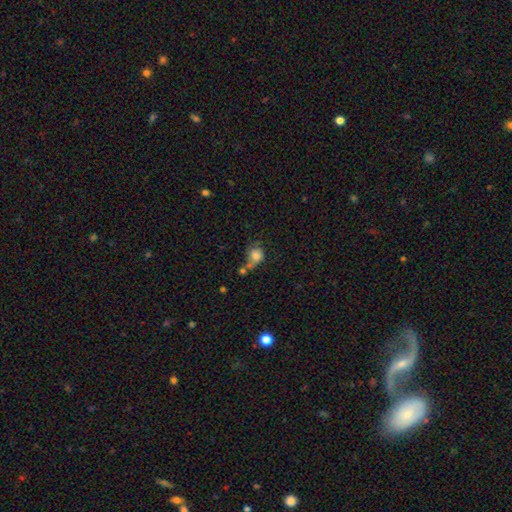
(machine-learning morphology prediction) Overall: smooth (77%). How rounded: round (70%). Merging: merger (34%, tied with none).